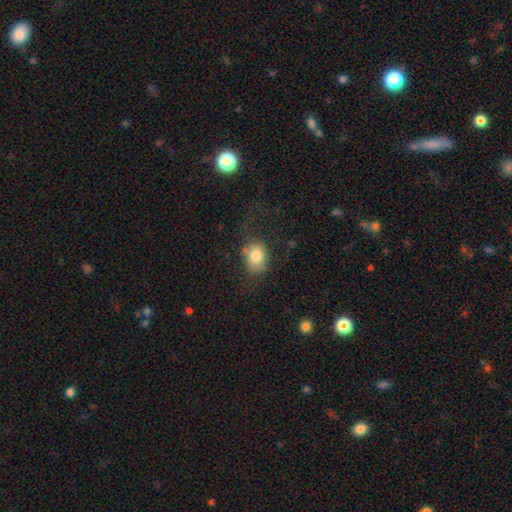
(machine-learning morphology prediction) smooth_or_featured: smooth (p=0.79) [alt: featured or disk p=0.11]
how_rounded: in between (p=0.58) [alt: round p=0.41]
merging: none (p=0.57) [alt: minor disturbance p=0.23]